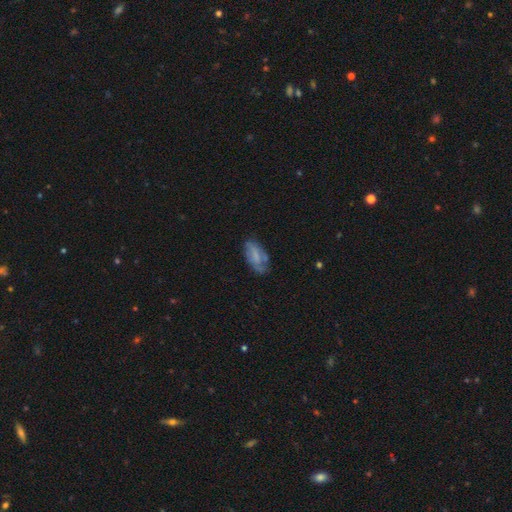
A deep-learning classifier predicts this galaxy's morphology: This appears to be a smooth galaxy with no disk features (52%) that is in between round and cigar-shaped (88%). Merging: none (54%).